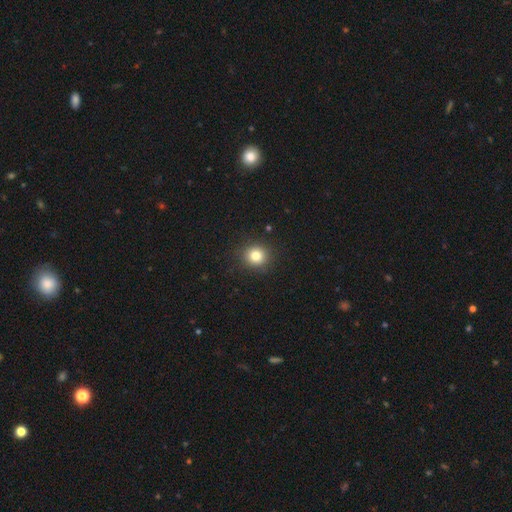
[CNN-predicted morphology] Smooth or featured: smooth — 81% (star or artifact — 12%)
How rounded: round — 87% (in between — 12%)
Merging: none — 90% (minor disturbance — 6%)